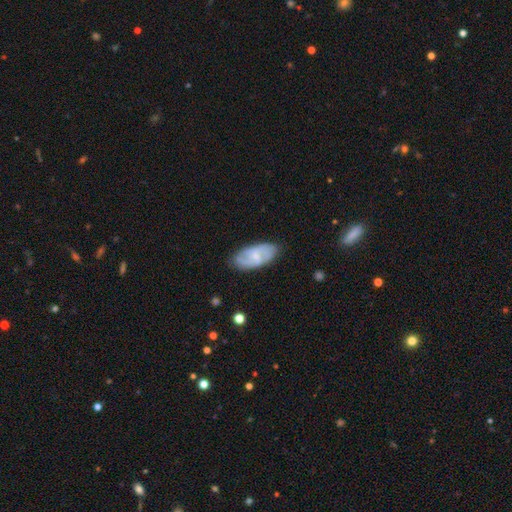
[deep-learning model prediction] A featured or disk galaxy (62%) with a weak bar (47%), 2 (57%) medium (45%) spiral arms (87%) and a small central bulge (63%). Merging: none (79%).